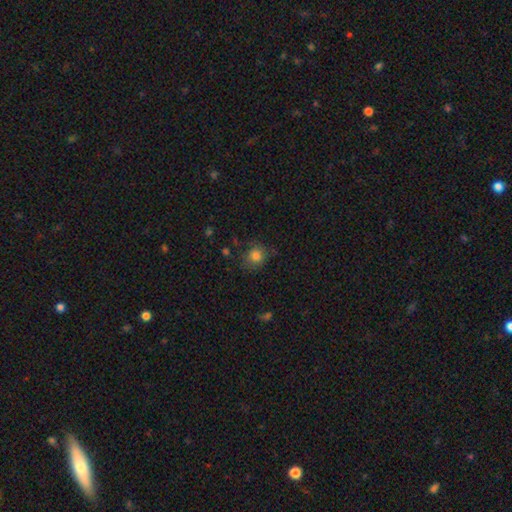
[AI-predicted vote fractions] Morphology: type=smooth (81%); roundness=round (76%); merging=none (70%).